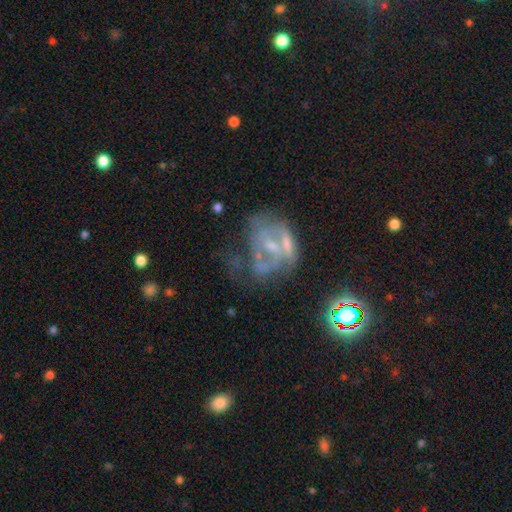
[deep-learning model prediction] This is possibly a featured or disk galaxy (51%). It is clearly not viewed edge-on (96%). Merging: marginally none (36%).